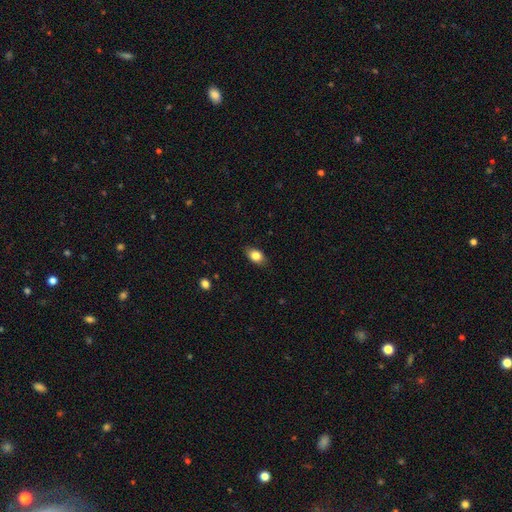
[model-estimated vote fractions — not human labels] This appears to be a smooth galaxy with no disk features (82%) that is in between round and cigar-shaped (82%). Merging: none (83%).